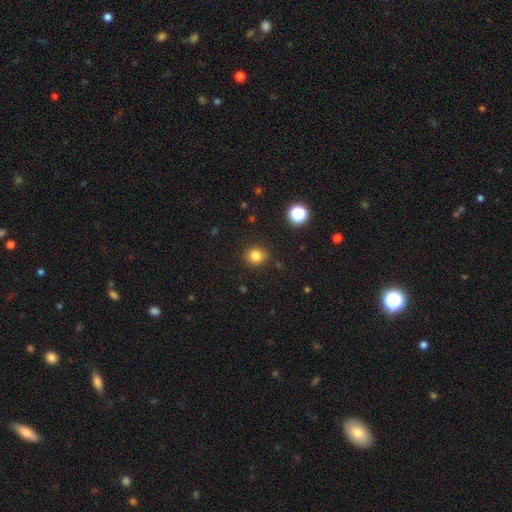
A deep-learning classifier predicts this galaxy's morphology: A smooth galaxy with no disk features (82%) that is round (84%).

Vote fractions:
- Smooth or featured? smooth: 82% / star or artifact: 13% / featured or disk: 5%
- How rounded? round: 84% / in between: 15% / cigar-shaped: 1%
- Merging? none: 87% / minor disturbance: 9% / major disturbance: 2% / merger: 2%